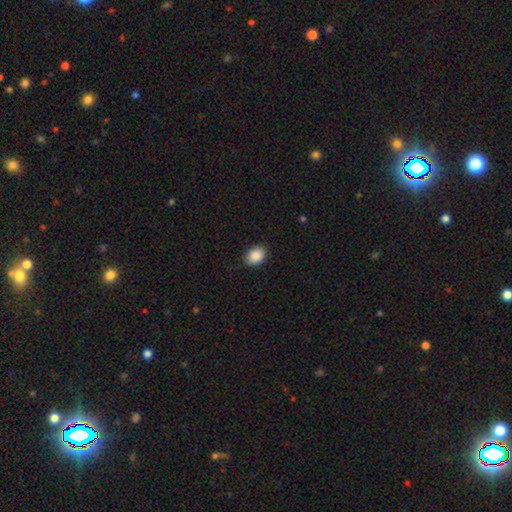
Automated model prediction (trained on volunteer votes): Smooth or featured? smooth (89%)
How rounded? in between (66%)
Merging? none (88%)